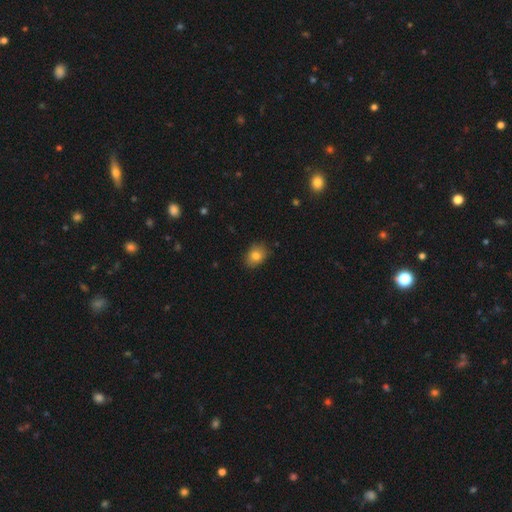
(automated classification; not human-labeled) The model was most divided on "how rounded": in between: 63%, round: 36%, cigar-shaped: 1%. More confident: merging — none (83%); smooth or featured — smooth (82%).